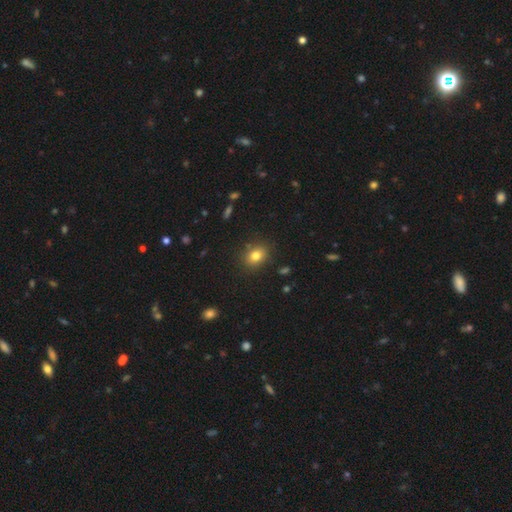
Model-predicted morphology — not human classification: Smooth or featured: smooth — 80% (star or artifact — 12%)
How rounded: in between — 53% (round — 46%)
Merging: none — 85% (minor disturbance — 10%)